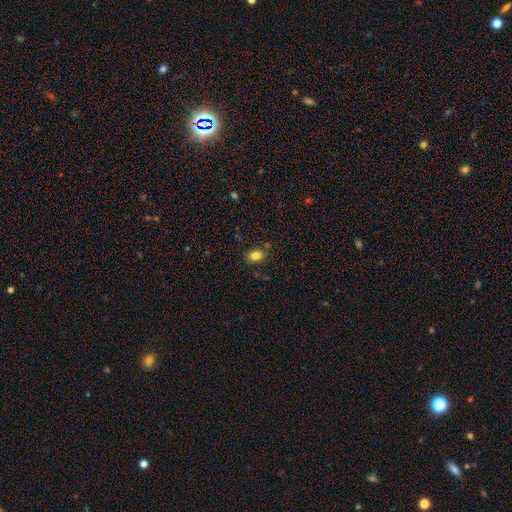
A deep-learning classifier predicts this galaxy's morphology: Overall: smooth (81%). How rounded: in between (76%). Merging: none (77%).